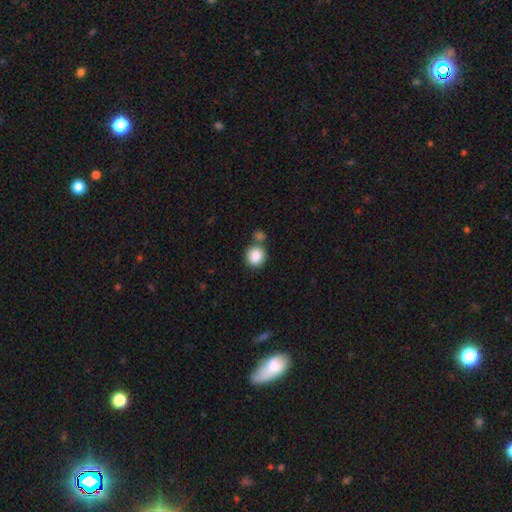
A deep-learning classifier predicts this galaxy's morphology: smooth 86%, star or artifact 8%, featured or disk 6%. Down the decision tree: how rounded — round (86%); merging — none (64%).